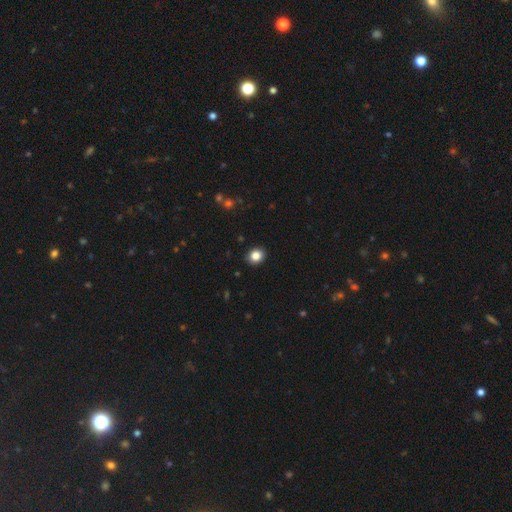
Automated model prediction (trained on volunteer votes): The model was most divided on "how rounded": round: 64%, in between: 36%, cigar-shaped: 1%. More confident: merging — none (90%); smooth or featured — smooth (85%).